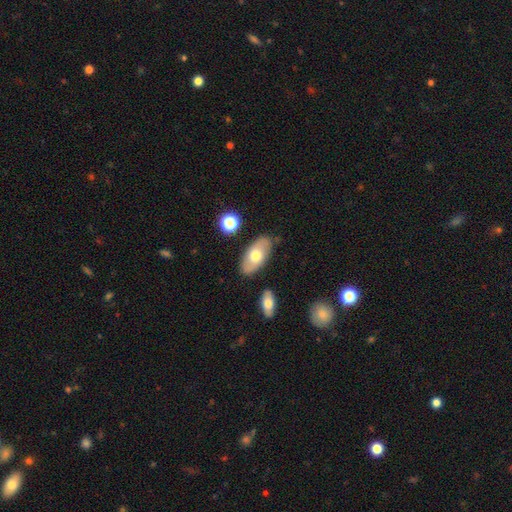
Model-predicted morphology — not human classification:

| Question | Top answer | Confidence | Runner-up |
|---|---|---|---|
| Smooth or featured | smooth | 62% | featured or disk (32%) |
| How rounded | in between | 92% | cigar-shaped (4%) |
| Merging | none | 82% | minor disturbance (12%) |